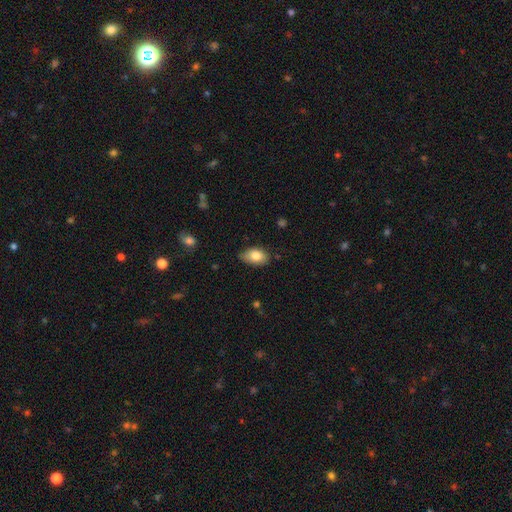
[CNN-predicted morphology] Smooth or featured? Predicted: smooth (p=0.82). How rounded? Predicted: in between (p=0.90). Merging? Predicted: none (p=0.68).